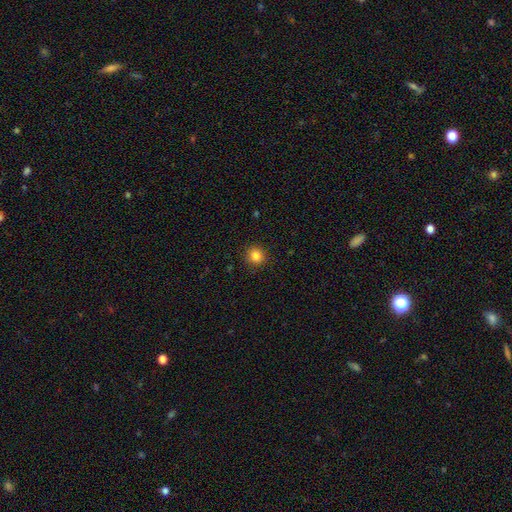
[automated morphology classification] Smooth or featured? Predicted: smooth (p=0.84). How rounded? Predicted: round (p=0.91). Merging? Predicted: none (p=0.91).